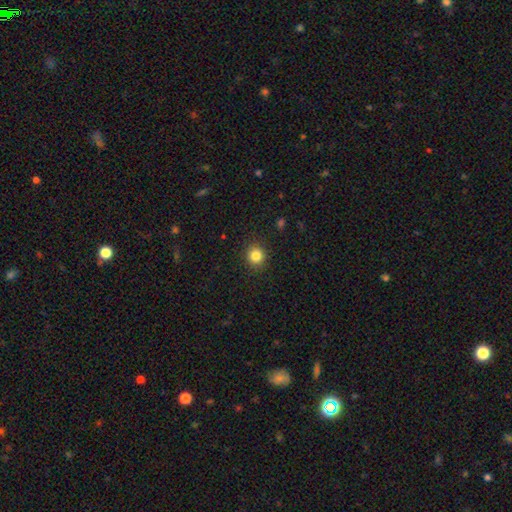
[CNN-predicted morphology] This is clearly a smooth galaxy (84%). How rounded: clearly round (90%). Merging: clearly none (91%).